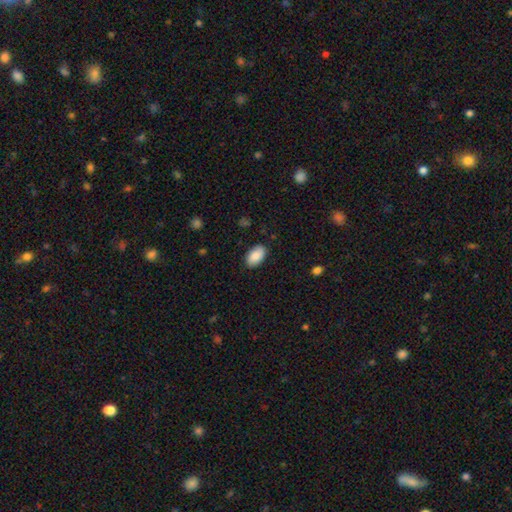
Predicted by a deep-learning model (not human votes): Smooth or featured? Predicted: smooth (p=0.86). How rounded? Predicted: in between (p=0.94). Merging? Predicted: none (p=0.85).